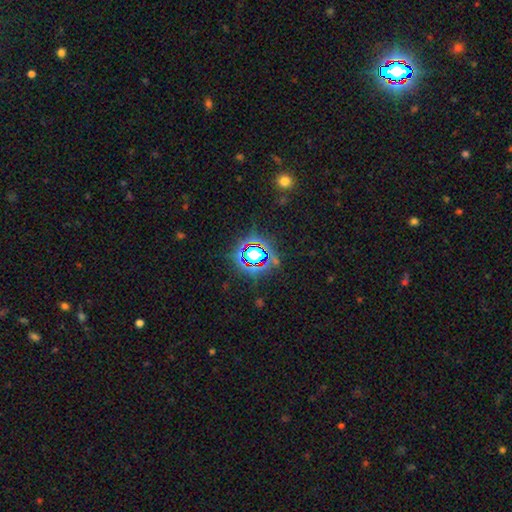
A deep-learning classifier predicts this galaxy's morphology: Overall: star or artifact (78%).